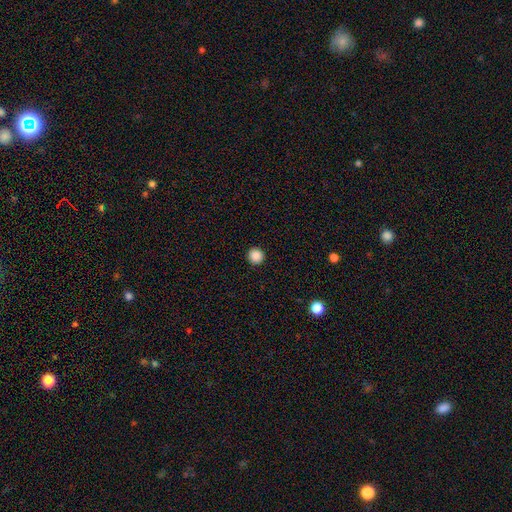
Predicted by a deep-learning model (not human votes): A smooth galaxy with no disk features (88%) that is round (96%).

Vote fractions:
- Smooth or featured? smooth: 88% / star or artifact: 10% / featured or disk: 2%
- How rounded? round: 96% / in between: 3% / cigar-shaped: 1%
- Merging? none: 93% / minor disturbance: 4% / major disturbance: 2% / merger: 1%